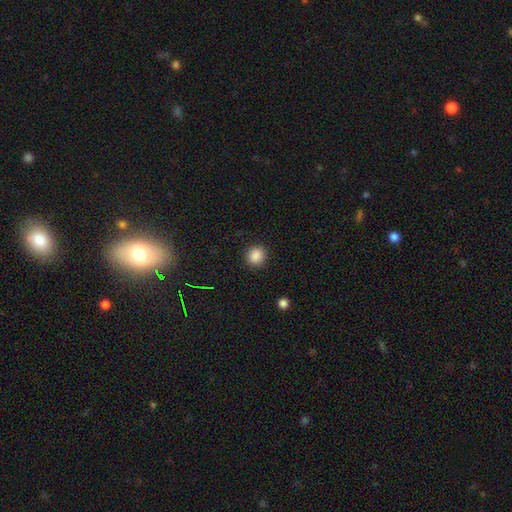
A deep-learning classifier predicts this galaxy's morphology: Smooth or featured? Predicted: smooth (p=0.87). How rounded? Predicted: round (p=0.87). Merging? Predicted: none (p=0.90).